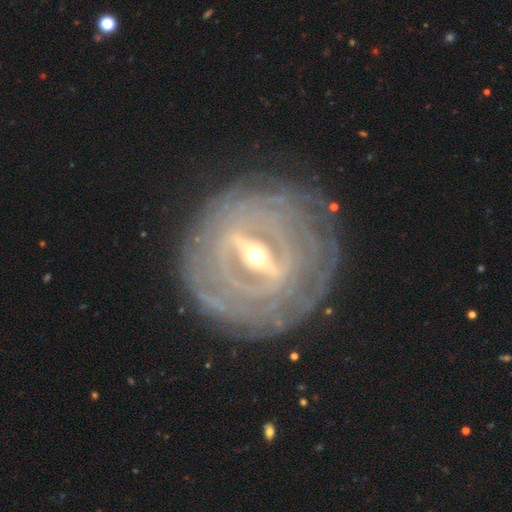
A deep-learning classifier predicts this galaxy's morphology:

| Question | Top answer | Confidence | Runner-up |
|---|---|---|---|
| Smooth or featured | featured or disk | 90% | smooth (6%) |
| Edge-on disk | no | 88% | yes (12%) |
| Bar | strong | 73% | weak (20%) |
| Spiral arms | yes | 83% | no (17%) |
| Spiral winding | tight | 86% | medium (10%) |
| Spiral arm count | can't tell | 46% | more than 4 (18%) |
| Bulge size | small | 53% | moderate (43%) |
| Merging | none | 84% | minor disturbance (10%) |